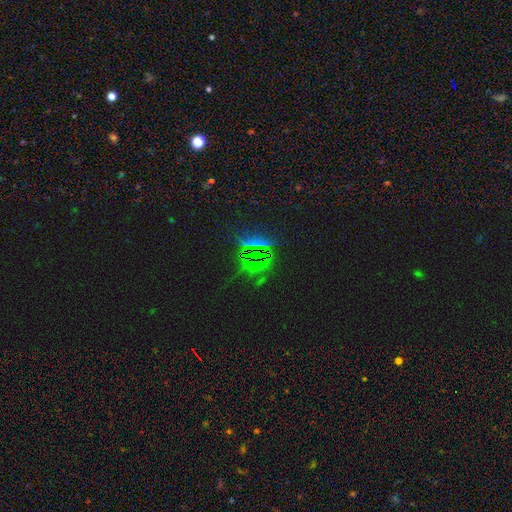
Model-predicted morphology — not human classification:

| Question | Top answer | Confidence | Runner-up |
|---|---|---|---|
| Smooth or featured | star or artifact | 78% | smooth (13%) |